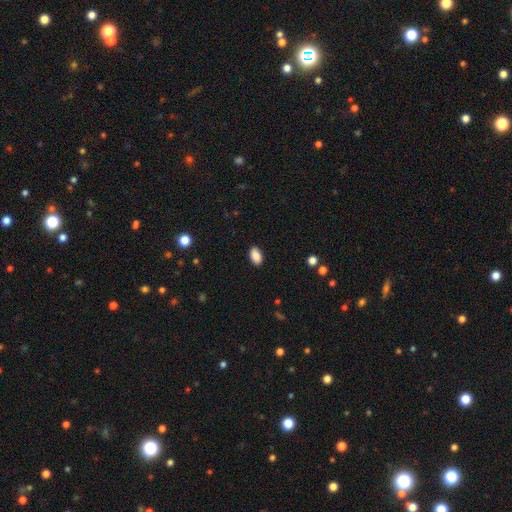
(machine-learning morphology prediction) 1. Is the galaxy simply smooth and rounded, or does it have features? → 89% smooth, 8% star or artifact, 4% featured or disk.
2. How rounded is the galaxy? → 93% in between, 5% round, 2% cigar-shaped.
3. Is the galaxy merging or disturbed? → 88% none, 9% minor disturbance, 2% major disturbance, 1% merger.